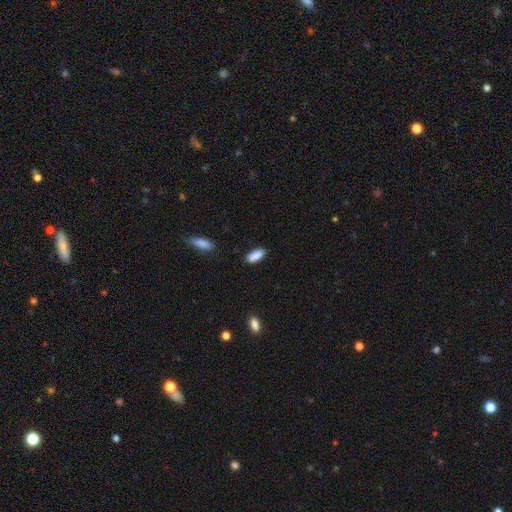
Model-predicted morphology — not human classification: Smooth or featured?
  - smooth: 88% *
  - star or artifact: 7%
  - featured or disk: 5%
How rounded?
  - in between: 81% *
  - cigar-shaped: 17%
  - round: 2%
Merging?
  - none: 82% *
  - minor disturbance: 14%
  - major disturbance: 2%
  - merger: 2%